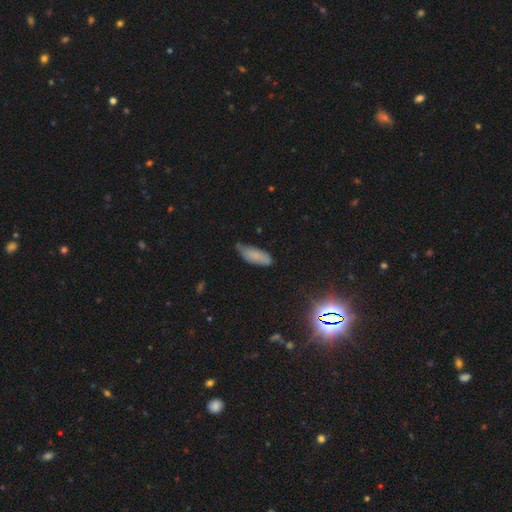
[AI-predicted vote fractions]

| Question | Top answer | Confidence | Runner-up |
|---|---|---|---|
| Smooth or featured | smooth | 74% | featured or disk (14%) |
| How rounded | in between | 73% | cigar-shaped (25%) |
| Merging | none | 50% | minor disturbance (39%) |